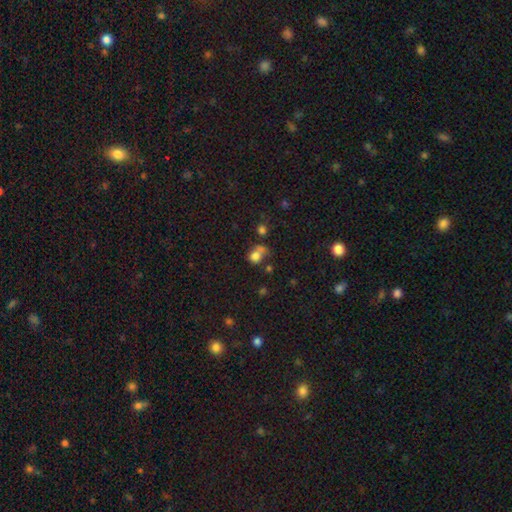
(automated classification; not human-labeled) Q: Smooth or featured?
A: smooth (75%); runner-up: star or artifact (14%)
Q: How rounded?
A: round (72%); runner-up: in between (27%)
Q: Merging?
A: none (37%); tied with: merger (37%)